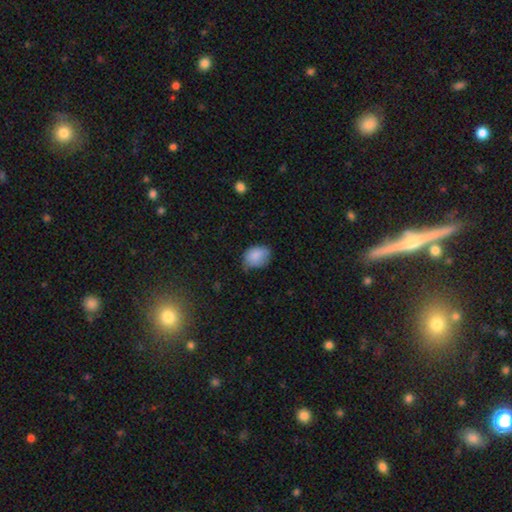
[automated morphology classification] This appears to be a smooth galaxy with no disk features (84%) that is in between round and cigar-shaped (67%). Merging: none (48%).